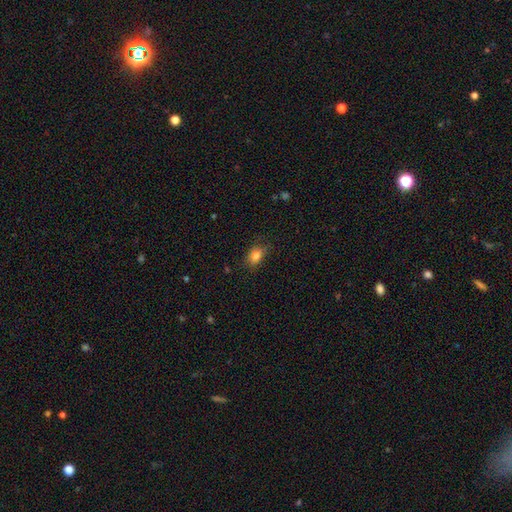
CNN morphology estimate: Smooth or featured? Predicted: smooth (p=0.82). How rounded? Predicted: in between (p=0.78). Merging? Predicted: none (p=0.74).